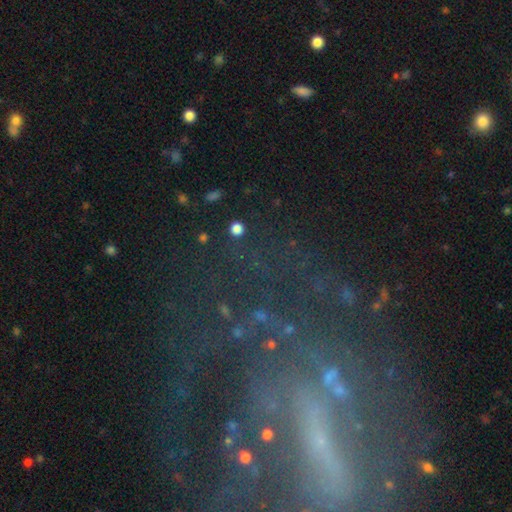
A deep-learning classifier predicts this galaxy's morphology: A featured or disk galaxy (66%) with no bar (38%), spiral arms (59%) and a small central bulge (52%).

Vote fractions:
- Smooth or featured? featured or disk: 66% / star or artifact: 20% / smooth: 13%
- Edge-on disk? no: 93% / yes: 7%
- Bar? no: 38% / strong: 33% / weak: 29%
- Spiral arms? yes: 59% / no: 41%
- Bulge size? small: 52% / none: 33% / moderate: 11% / large: 3% / dominant: 2%
- Merging? none: 54% / major disturbance: 25% / minor disturbance: 16% / merger: 5%